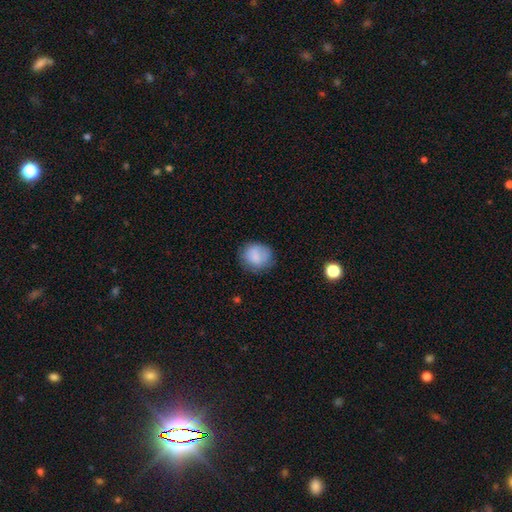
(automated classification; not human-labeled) Smooth or featured: smooth — 82% (featured or disk — 10%)
How rounded: round — 70% (in between — 29%)
Merging: none — 72% (minor disturbance — 20%)